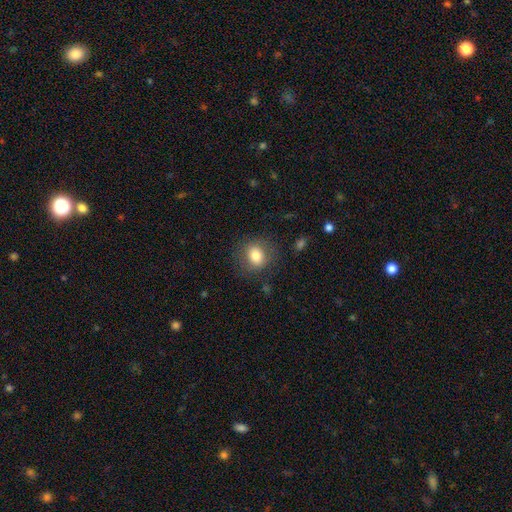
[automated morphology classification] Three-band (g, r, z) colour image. It shows a smooth galaxy with no disk features (79%) that is round (69%). Merging: none (81%).